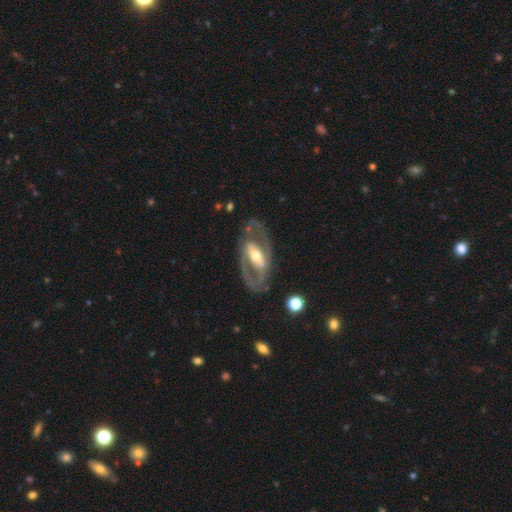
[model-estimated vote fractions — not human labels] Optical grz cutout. It shows a featured or disk galaxy (79%) with a strong bar (45%), spiral arms (59%) and a moderate central bulge (64%). Merging: none (71%).